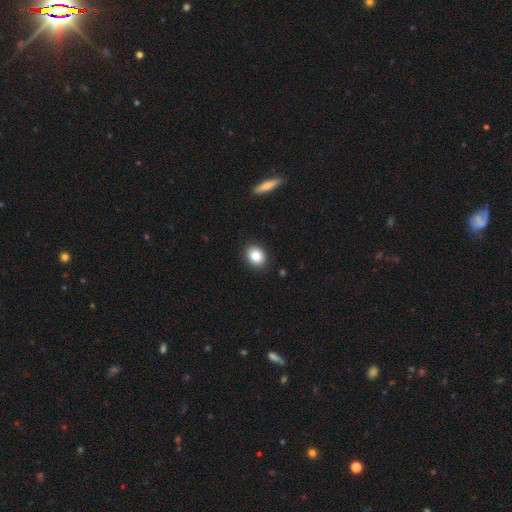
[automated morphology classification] Smooth or featured: smooth — 85% (star or artifact — 9%)
How rounded: round — 52% (in between — 47%)
Merging: none — 90% (minor disturbance — 7%)